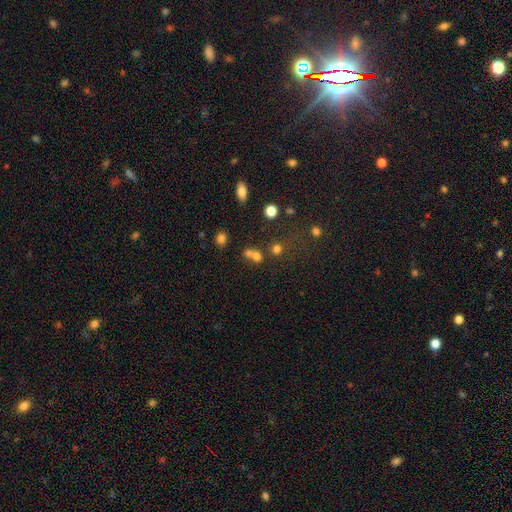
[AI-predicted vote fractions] smooth_or_featured: smooth (p=0.70) [alt: star or artifact p=0.18]
how_rounded: round (p=0.77) [alt: in between p=0.22]
merging: merger (p=0.48) [alt: none p=0.40]